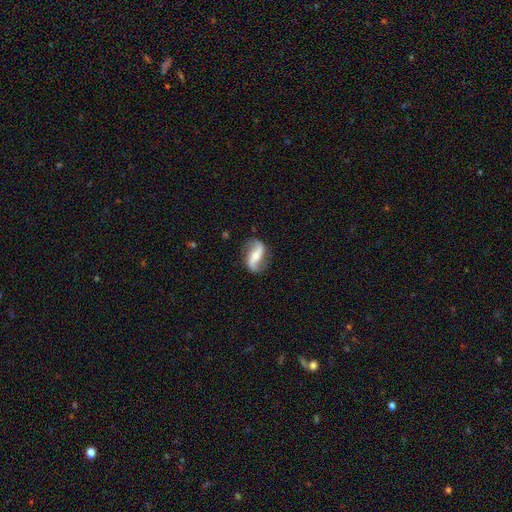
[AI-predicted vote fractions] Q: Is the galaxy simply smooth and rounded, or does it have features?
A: featured or disk — 82%.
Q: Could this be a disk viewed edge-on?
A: no — 95%.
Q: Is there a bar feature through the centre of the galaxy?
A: strong — 43%.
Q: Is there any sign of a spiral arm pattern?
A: yes — 94%.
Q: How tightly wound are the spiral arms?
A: loose — 80%.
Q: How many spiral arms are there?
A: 2 — 93%.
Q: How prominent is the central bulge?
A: small — 46%.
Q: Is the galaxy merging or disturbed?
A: none — 80%.